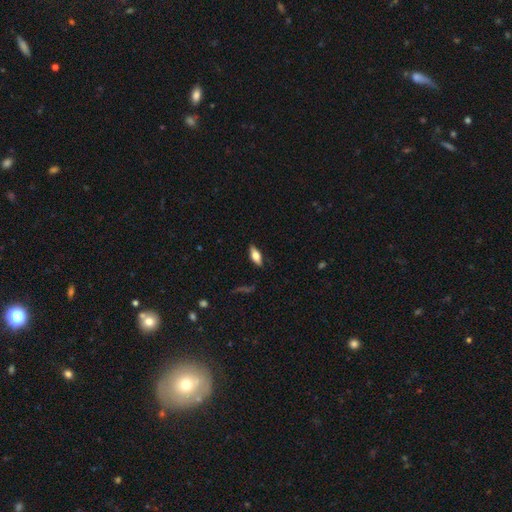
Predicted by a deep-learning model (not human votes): Morphology: type=smooth (56%); roundness=in between (70%); merging=none (86%).